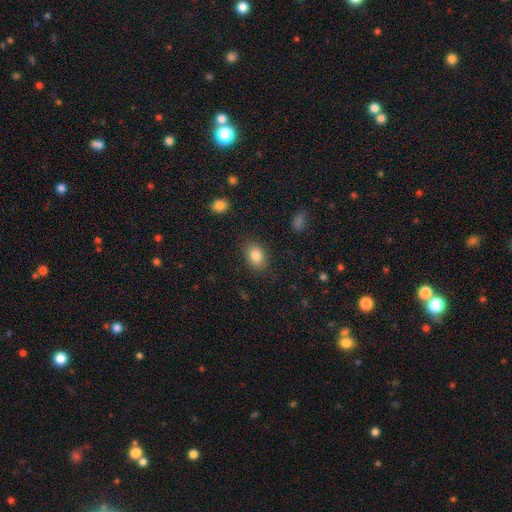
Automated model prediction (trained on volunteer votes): Smooth or featured: smooth — 84% (star or artifact — 9%)
How rounded: in between — 71% (round — 28%)
Merging: none — 84% (minor disturbance — 11%)